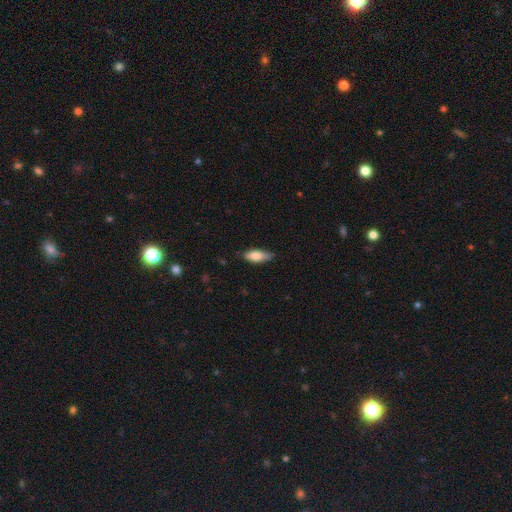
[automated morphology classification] This appears to be a smooth galaxy with no disk features (76%) that is in between round and cigar-shaped (73%). Merging: none (71%).